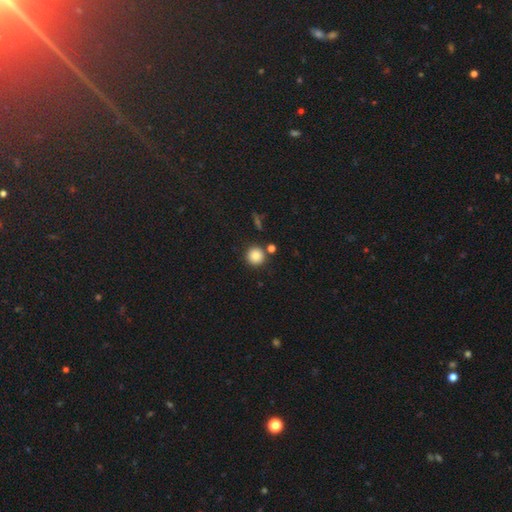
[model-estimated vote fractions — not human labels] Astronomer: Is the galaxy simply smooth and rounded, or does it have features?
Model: smooth — 84%.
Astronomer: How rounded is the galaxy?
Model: round — 94%.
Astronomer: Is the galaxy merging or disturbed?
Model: none — 83%.